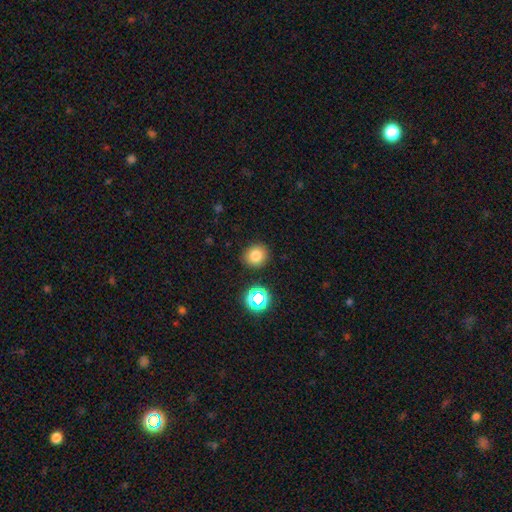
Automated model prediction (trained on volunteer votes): Smooth or featured: smooth — 77% (star or artifact — 15%)
How rounded: round — 82% (in between — 17%)
Merging: none — 88% (minor disturbance — 7%)